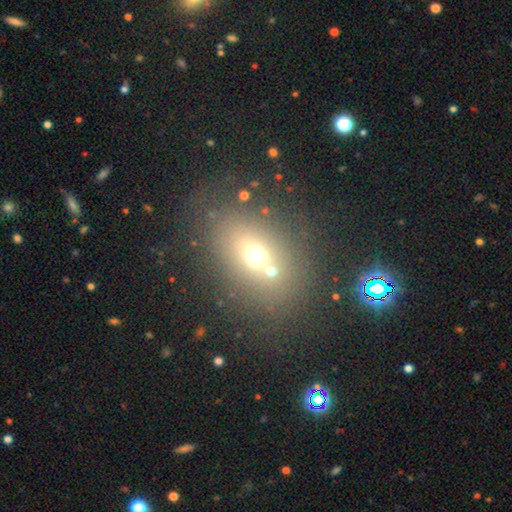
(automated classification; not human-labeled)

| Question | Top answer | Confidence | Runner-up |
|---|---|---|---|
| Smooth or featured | smooth | 59% | star or artifact (24%) |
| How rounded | in between | 54% | round (44%) |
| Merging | none | 68% | merger (12%) |